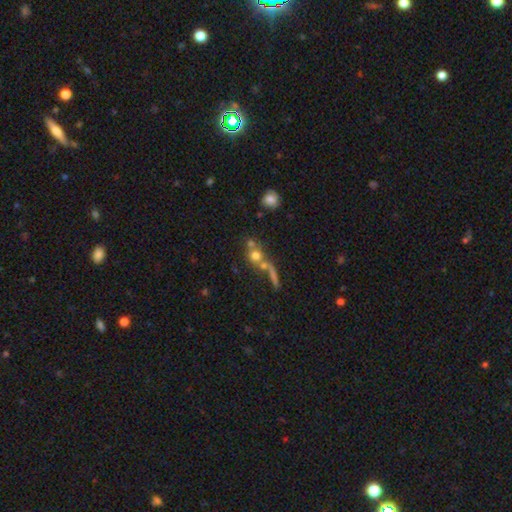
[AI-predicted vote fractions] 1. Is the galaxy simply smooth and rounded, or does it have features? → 65% smooth, 19% featured or disk, 16% star or artifact.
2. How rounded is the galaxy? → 80% round, 15% in between, 5% cigar-shaped.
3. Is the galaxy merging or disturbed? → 42% none (tied), 42% merger (tied), 9% minor disturbance, 8% major disturbance.